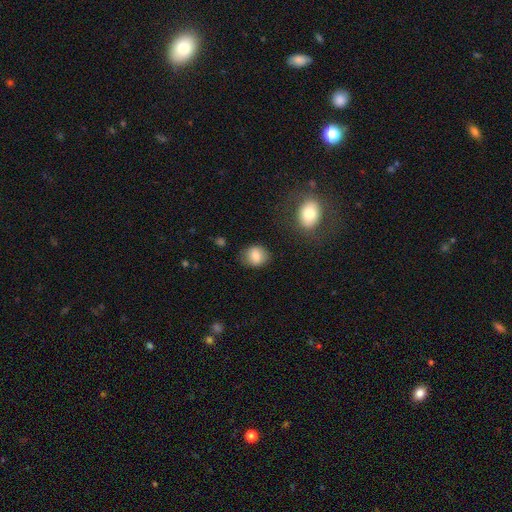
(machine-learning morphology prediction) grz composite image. It shows a smooth galaxy with no disk features (81%) that is round (66%). Merging: none (80%).